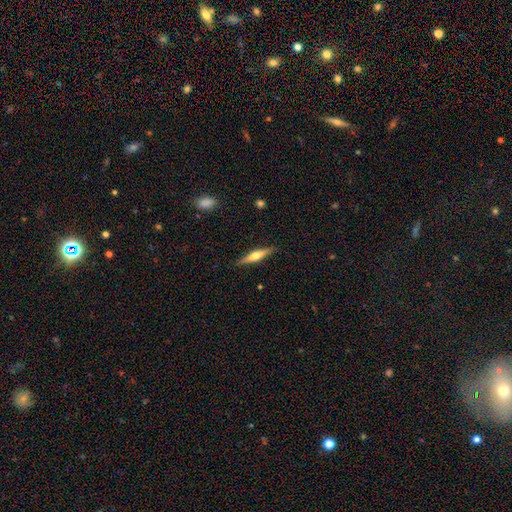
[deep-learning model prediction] Smooth or featured? featured or disk (54%)
Edge-on disk? yes (95%)
Edge-on bulge? rounded (90%)
Merging? none (89%)